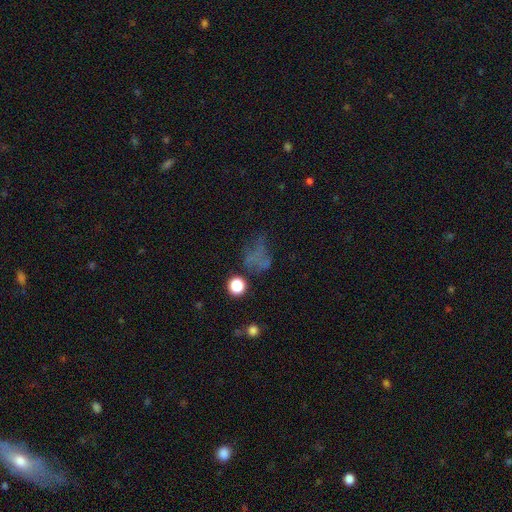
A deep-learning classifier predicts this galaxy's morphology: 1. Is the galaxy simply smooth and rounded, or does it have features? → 44% smooth, 32% star or artifact, 25% featured or disk.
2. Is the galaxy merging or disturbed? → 41% none, 31% major disturbance, 20% minor disturbance, 8% merger.